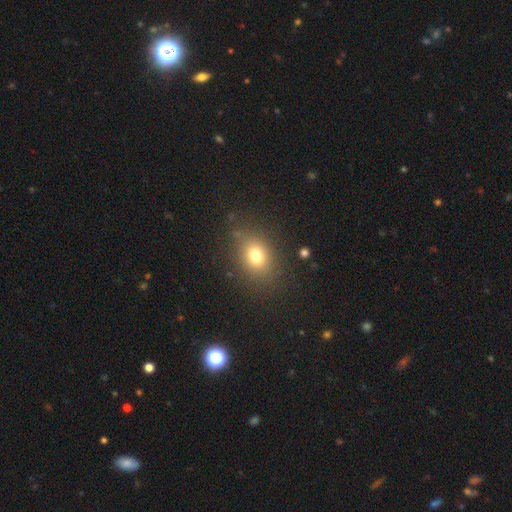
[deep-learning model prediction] This is likely a smooth galaxy (74%). How rounded: possibly in between (53%). Merging: clearly none (80%).